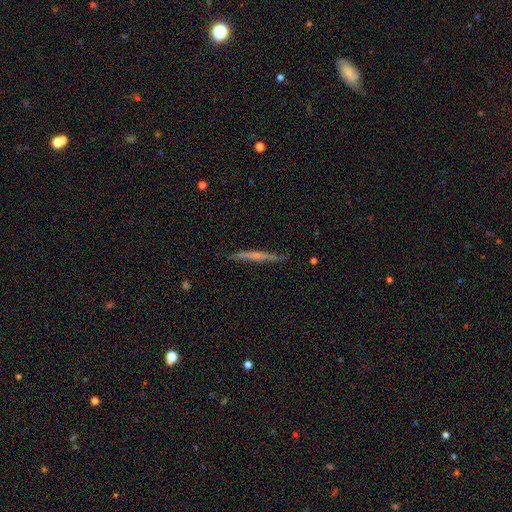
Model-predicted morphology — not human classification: Smooth or featured? featured or disk (54%)
Edge-on disk? yes (96%)
Edge-on bulge? none (67%)
Merging? none (86%)